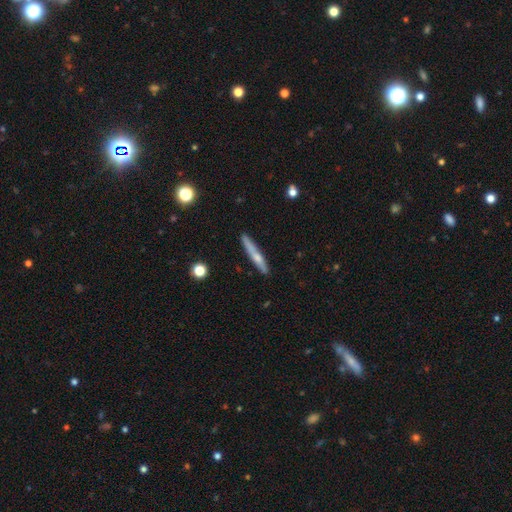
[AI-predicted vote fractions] This appears to be a smooth galaxy with no disk features (50%) that is cigar-shaped (94%). Merging: none (86%).